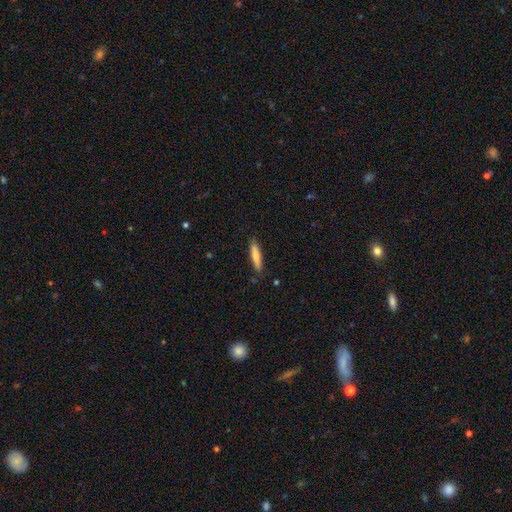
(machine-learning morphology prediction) Q: Smooth or featured?
A: smooth (71%); runner-up: featured or disk (23%)
Q: How rounded?
A: cigar-shaped (84%); runner-up: in between (15%)
Q: Merging?
A: none (87%); runner-up: minor disturbance (10%)